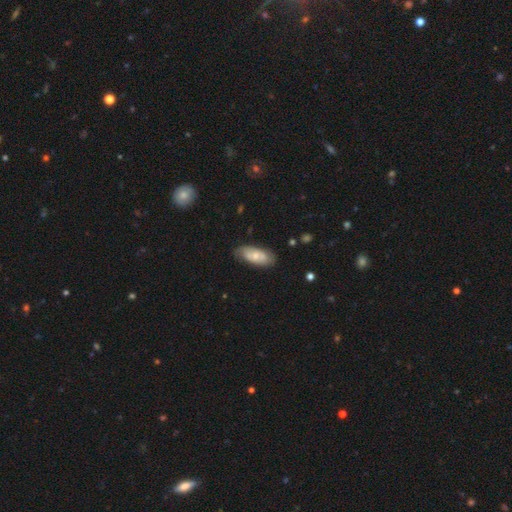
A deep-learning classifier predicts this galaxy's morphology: type=smooth (62%); roundness=in between (85%); merging=none (74%).